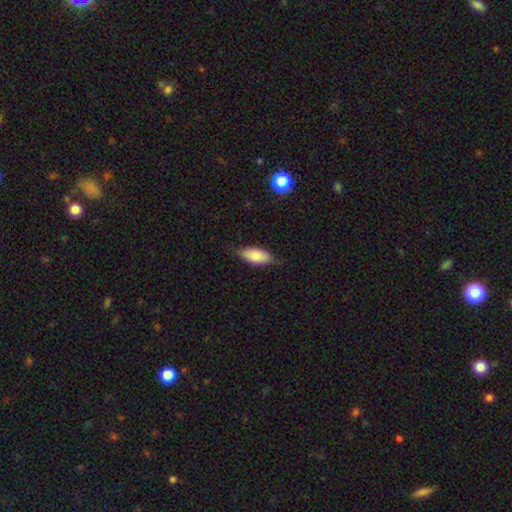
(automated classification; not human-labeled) This appears to be a smooth galaxy with no disk features (74%) that is in between round and cigar-shaped (81%). Merging: none (69%).